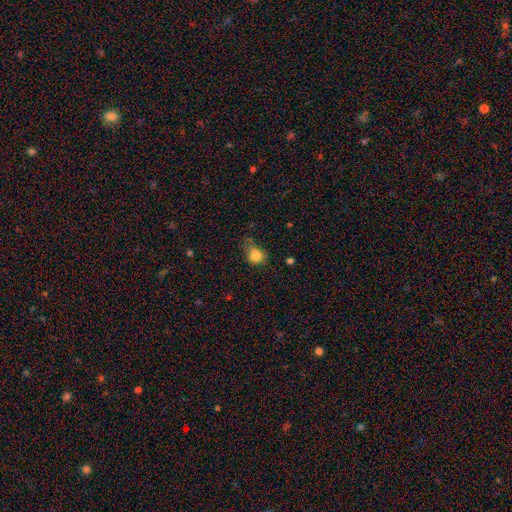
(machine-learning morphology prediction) The model was most divided on "merging": none: 41%, minor disturbance: 37%, major disturbance: 19%, merger: 3%. More confident: smooth or featured — smooth (82%); how rounded — round (61%).